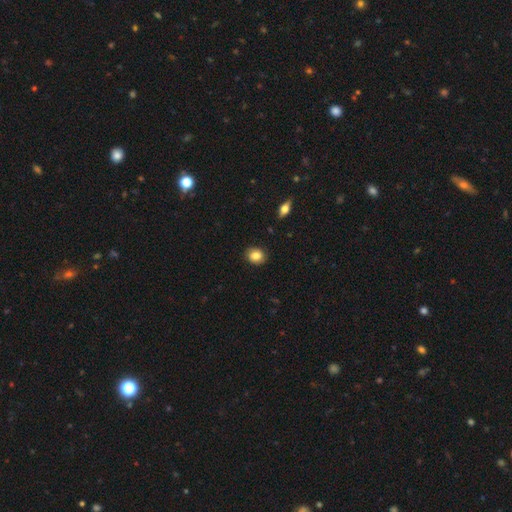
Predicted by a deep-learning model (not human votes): Smooth or featured: smooth — 82% (featured or disk — 10%)
How rounded: round — 59% (in between — 39%)
Merging: none — 87% (minor disturbance — 10%)